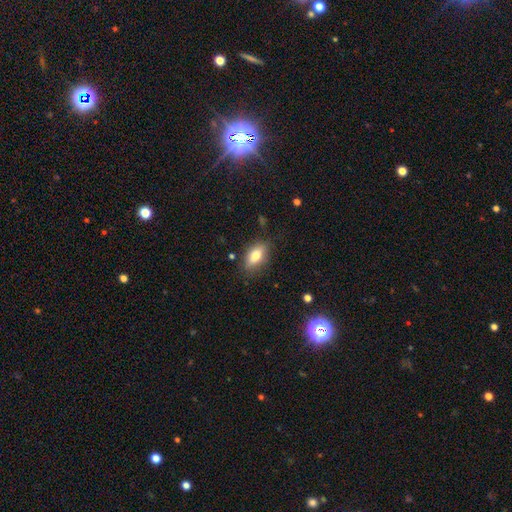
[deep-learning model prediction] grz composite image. It shows a smooth galaxy with no disk features (74%) that is in between round and cigar-shaped (84%). Merging: none (79%).